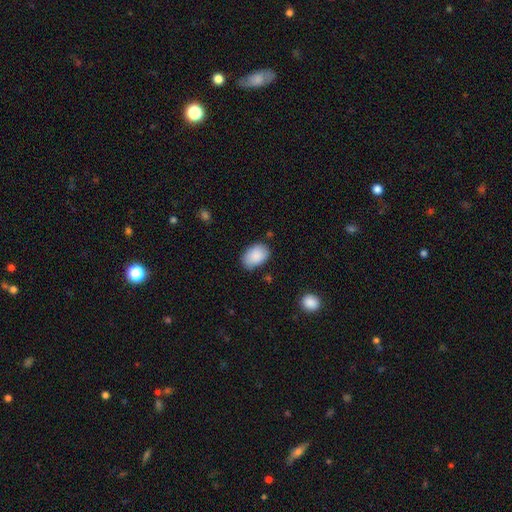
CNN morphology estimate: Q: Smooth or featured?
A: smooth (87%); runner-up: star or artifact (7%)
Q: How rounded?
A: in between (85%); runner-up: round (13%)
Q: Merging?
A: none (70%); runner-up: minor disturbance (23%)